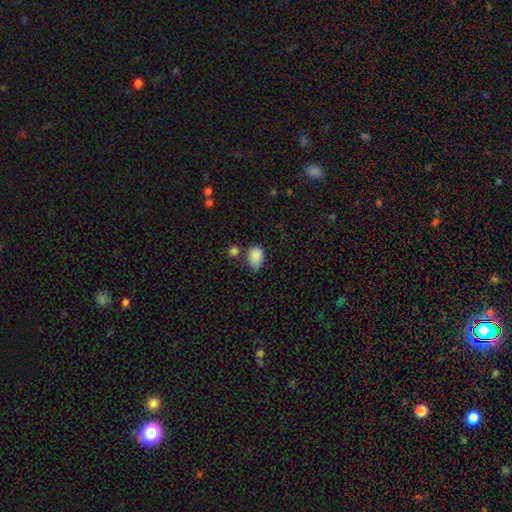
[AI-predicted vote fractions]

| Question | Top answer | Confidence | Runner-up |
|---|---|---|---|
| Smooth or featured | smooth | 85% | star or artifact (10%) |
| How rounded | in between | 68% | round (31%) |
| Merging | none | 46% | minor disturbance (33%) |